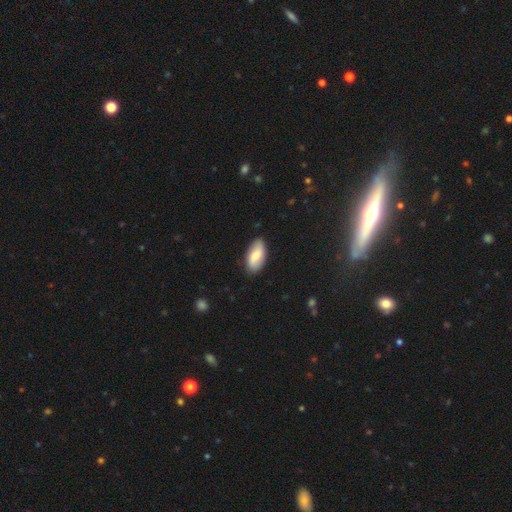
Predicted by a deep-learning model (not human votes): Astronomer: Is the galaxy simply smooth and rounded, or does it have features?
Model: smooth — 64%.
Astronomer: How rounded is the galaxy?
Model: in between — 93%.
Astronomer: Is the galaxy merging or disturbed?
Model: none — 86%.